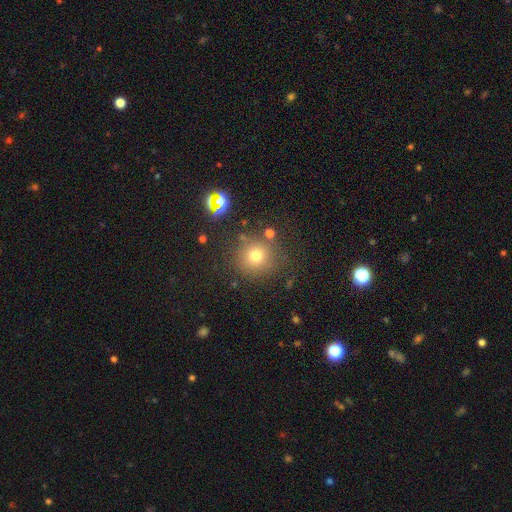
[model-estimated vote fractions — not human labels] Q: Smooth or featured?
A: smooth (72%); runner-up: star or artifact (19%)
Q: How rounded?
A: round (93%); runner-up: in between (6%)
Q: Merging?
A: none (81%); runner-up: minor disturbance (10%)